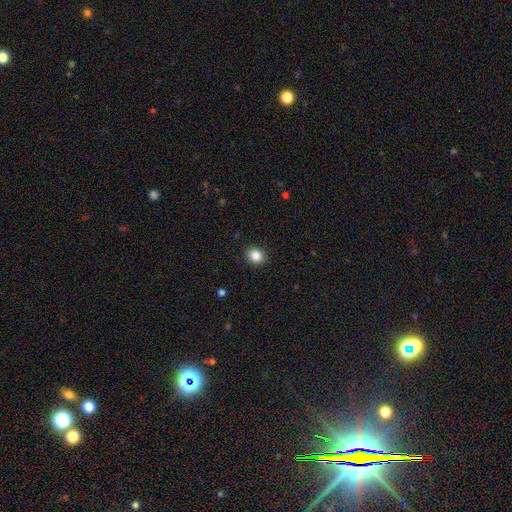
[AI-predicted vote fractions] smooth 85%, star or artifact 10%, featured or disk 5%. Down the decision tree: how rounded — round (60%); merging — none (90%).